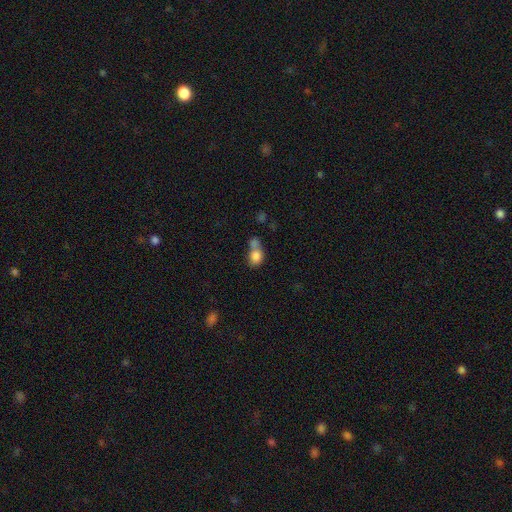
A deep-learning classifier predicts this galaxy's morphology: smooth_or_featured: smooth (p=0.81) [alt: featured or disk p=0.10]
how_rounded: in between (p=0.51) [alt: round p=0.47]
merging: merger (p=0.55) [alt: none p=0.30]